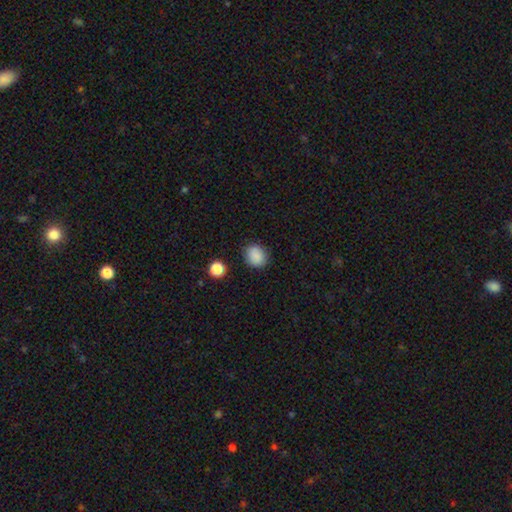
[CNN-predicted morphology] Q: Smooth or featured?
A: smooth (86%); runner-up: star or artifact (10%)
Q: How rounded?
A: round (66%); runner-up: in between (33%)
Q: Merging?
A: none (83%); runner-up: minor disturbance (12%)